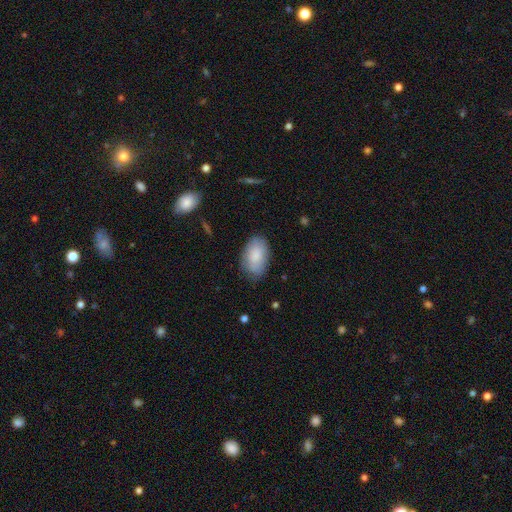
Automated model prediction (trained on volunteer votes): Smooth or featured? Predicted: smooth (p=0.84). How rounded? Predicted: in between (p=0.94). Merging? Predicted: none (p=0.75).